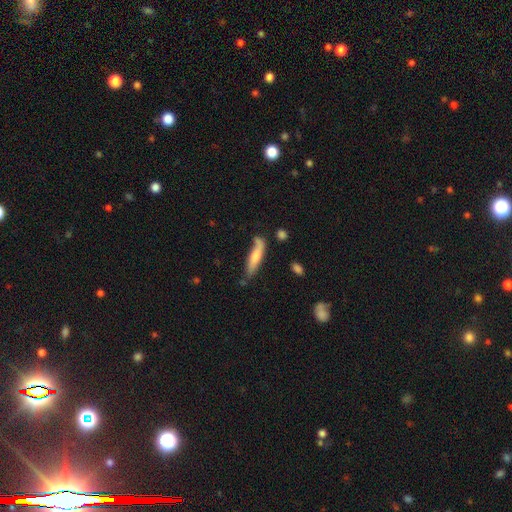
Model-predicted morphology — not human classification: Smooth or featured?
  - smooth: 66% *
  - featured or disk: 28%
  - star or artifact: 6%
How rounded?
  - cigar-shaped: 72% *
  - in between: 27%
  - round: 2%
Merging?
  - none: 56% *
  - minor disturbance: 27%
  - major disturbance: 9%
  - merger: 8%